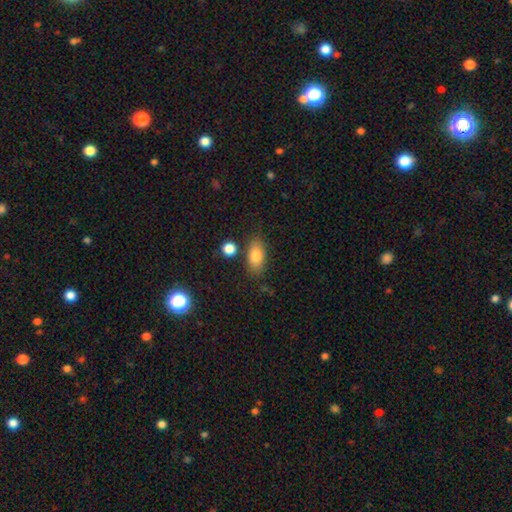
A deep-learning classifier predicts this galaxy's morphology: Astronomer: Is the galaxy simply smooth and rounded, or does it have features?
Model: smooth — 81%.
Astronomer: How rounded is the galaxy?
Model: in between — 87%.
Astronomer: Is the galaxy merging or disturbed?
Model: none — 78%.